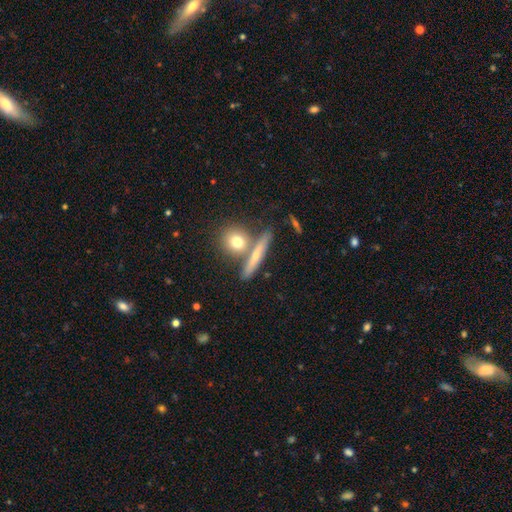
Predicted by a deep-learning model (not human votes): A smooth galaxy with no disk features (54%) that is cigar-shaped (61%). Merging: none (68%).